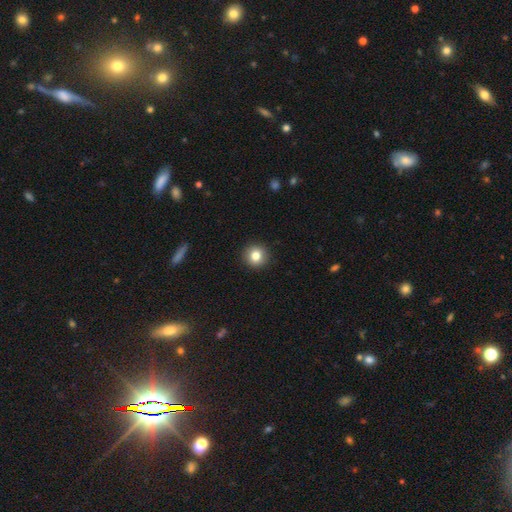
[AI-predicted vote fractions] Q: Smooth or featured?
A: smooth (82%); runner-up: star or artifact (10%)
Q: How rounded?
A: round (93%); runner-up: in between (6%)
Q: Merging?
A: none (93%); runner-up: minor disturbance (5%)